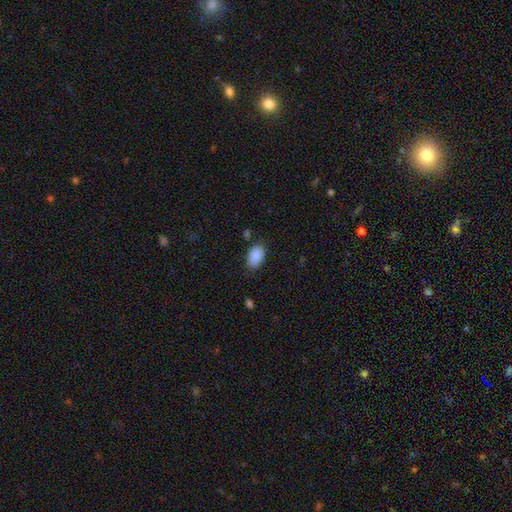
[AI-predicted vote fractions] Overall: smooth (89%). How rounded: in between (91%). Merging: none (79%).